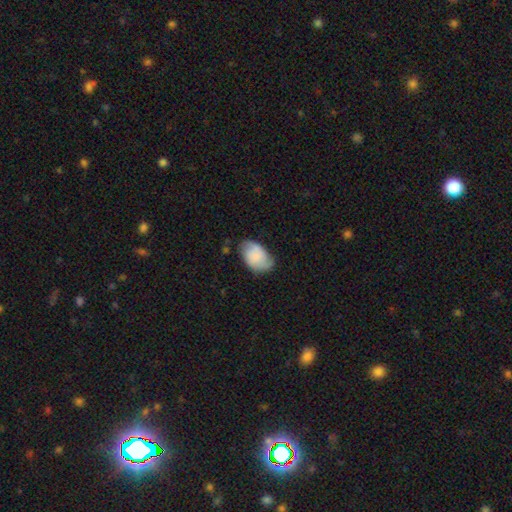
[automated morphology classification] Smooth or featured? Predicted: smooth (p=0.65). How rounded? Predicted: in between (p=0.89). Merging? Predicted: none (p=0.58).